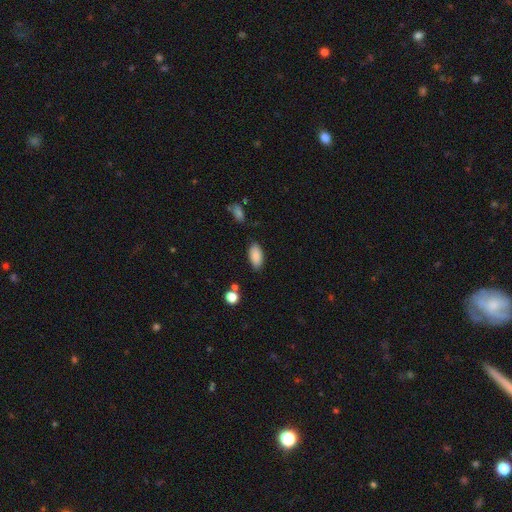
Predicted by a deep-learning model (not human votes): A smooth galaxy with no disk features (88%) that is in between round and cigar-shaped (92%).

Vote fractions:
- Smooth or featured? smooth: 88% / star or artifact: 7% / featured or disk: 5%
- How rounded? in between: 92% / cigar-shaped: 6% / round: 2%
- Merging? none: 82% / minor disturbance: 12% / major disturbance: 3% / merger: 3%